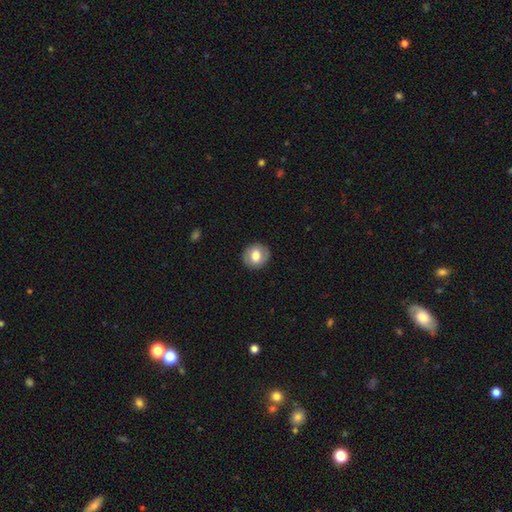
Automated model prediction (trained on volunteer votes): smooth-or-featured: smooth: 68% | featured or disk: 25% | star or artifact: 7%
  how-rounded: round: 81% | in between: 19% | cigar-shaped: 1%
  merging: none: 88% | minor disturbance: 8% | major disturbance: 2% | merger: 1%